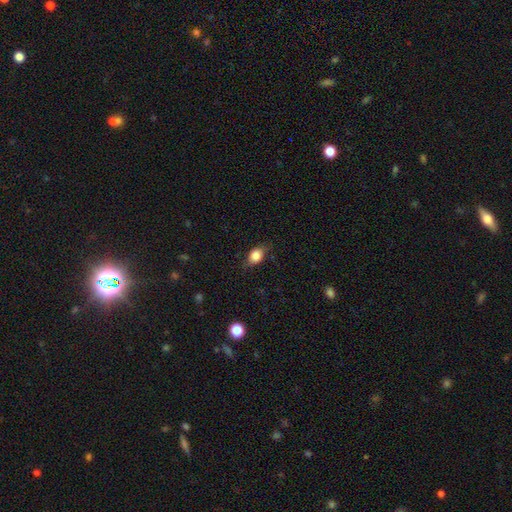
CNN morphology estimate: This is clearly a smooth galaxy (81%). How rounded: likely in between (72%). Merging: likely none (75%).